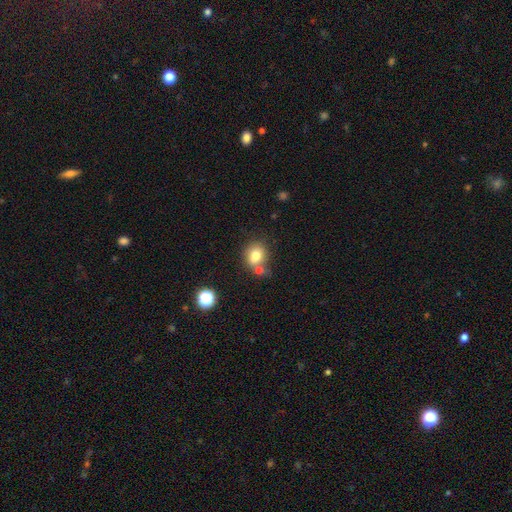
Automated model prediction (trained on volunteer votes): Smooth or featured? Predicted: smooth (p=0.77). How rounded? Predicted: round (p=0.64). Merging? Predicted: none (p=0.49).